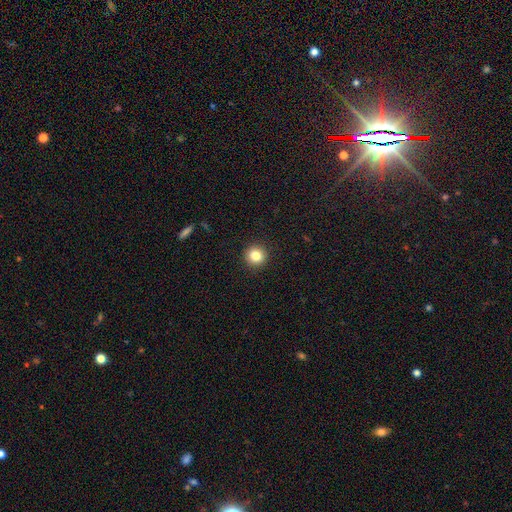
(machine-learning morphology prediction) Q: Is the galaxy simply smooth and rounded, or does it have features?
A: smooth — 83%.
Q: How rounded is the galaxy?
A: round — 93%.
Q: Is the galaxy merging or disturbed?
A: none — 92%.